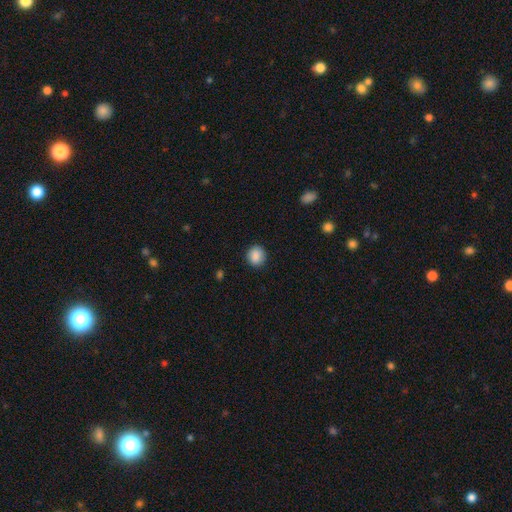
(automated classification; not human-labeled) Q: Smooth or featured?
A: smooth (89%); runner-up: star or artifact (8%)
Q: How rounded?
A: round (84%); runner-up: in between (16%)
Q: Merging?
A: none (89%); runner-up: minor disturbance (8%)